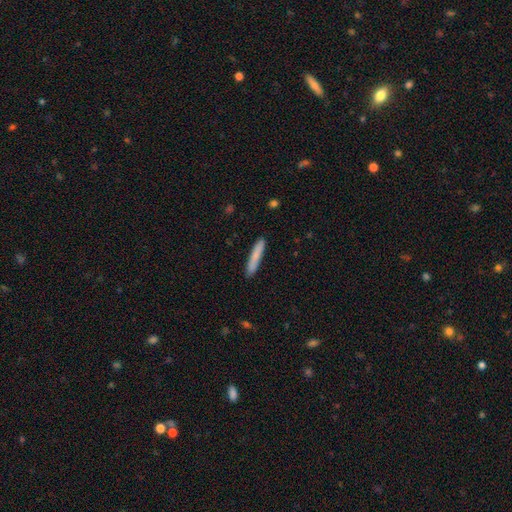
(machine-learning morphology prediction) smooth 79%, featured or disk 15%, star or artifact 6%. Down the decision tree: how rounded — cigar-shaped (94%); merging — none (89%).